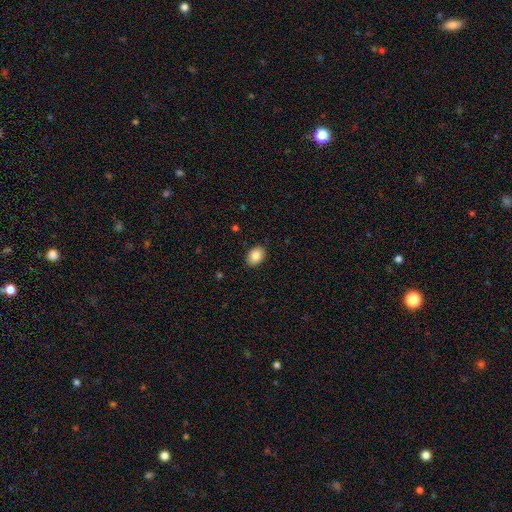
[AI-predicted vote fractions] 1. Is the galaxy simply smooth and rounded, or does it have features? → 86% smooth, 8% star or artifact, 6% featured or disk.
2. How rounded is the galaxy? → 75% in between, 24% round, 1% cigar-shaped.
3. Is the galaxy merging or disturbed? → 88% none, 9% minor disturbance, 2% major disturbance, 1% merger.